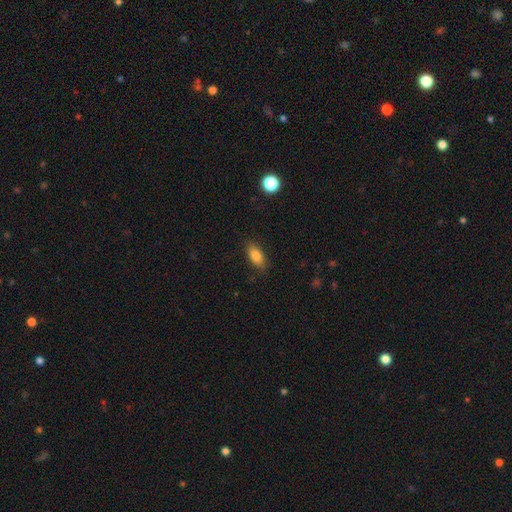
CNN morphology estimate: Smooth or featured: smooth — 85% (star or artifact — 8%)
How rounded: in between — 88% (cigar-shaped — 8%)
Merging: none — 84% (minor disturbance — 12%)